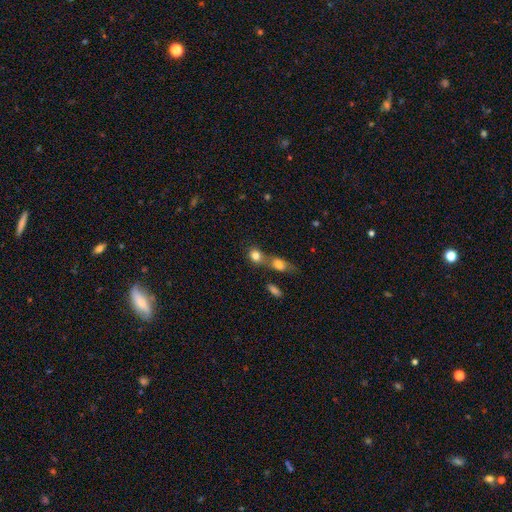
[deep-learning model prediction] Smooth or featured?
  - smooth: 81% *
  - star or artifact: 10%
  - featured or disk: 9%
How rounded?
  - round: 62% *
  - in between: 36%
  - cigar-shaped: 3%
Merging?
  - merger: 46% *
  - none: 40%
  - minor disturbance: 9%
  - major disturbance: 4%